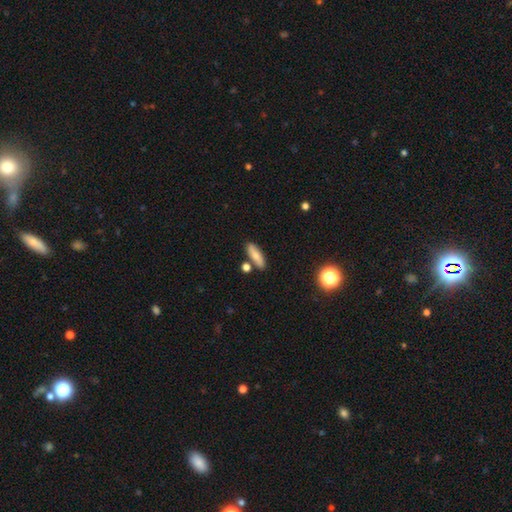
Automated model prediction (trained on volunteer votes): Overall: smooth (77%). How rounded: in between (49%; cigar-shaped 48%). Merging: none (78%).